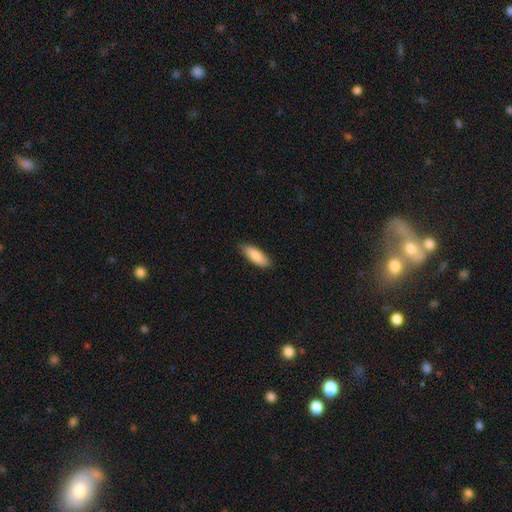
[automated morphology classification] smooth-or-featured: smooth: 85% | featured or disk: 9% | star or artifact: 6%
  how-rounded: in between: 65% | cigar-shaped: 33% | round: 2%
  merging: none: 85% | minor disturbance: 12% | major disturbance: 2% | merger: 1%